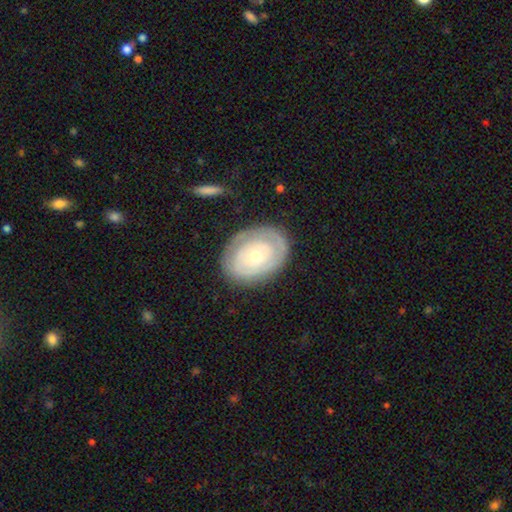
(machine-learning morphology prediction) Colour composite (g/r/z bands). It shows a featured or disk galaxy (66%) with no bar (87%), spiral arms (58%) and a small central bulge (62%). Merging: none (78%).